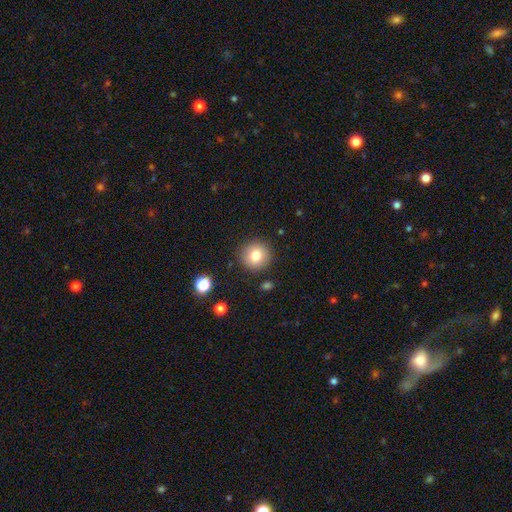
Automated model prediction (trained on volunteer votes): Smooth or featured? Predicted: smooth (p=0.79). How rounded? Predicted: round (p=0.94). Merging? Predicted: none (p=0.88).